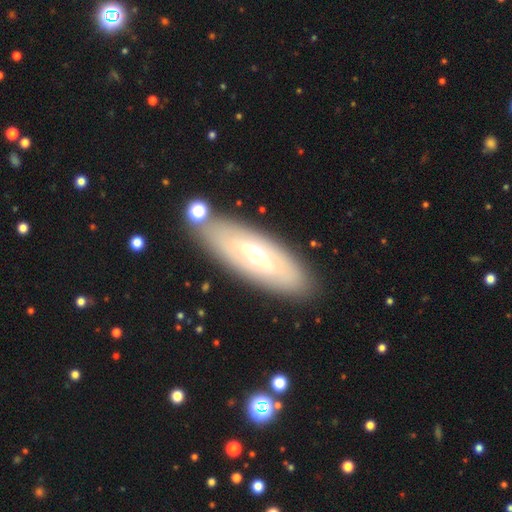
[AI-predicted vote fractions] Morphology: type=featured or disk (52%); edge-on=no (65%); merging=none (81%).